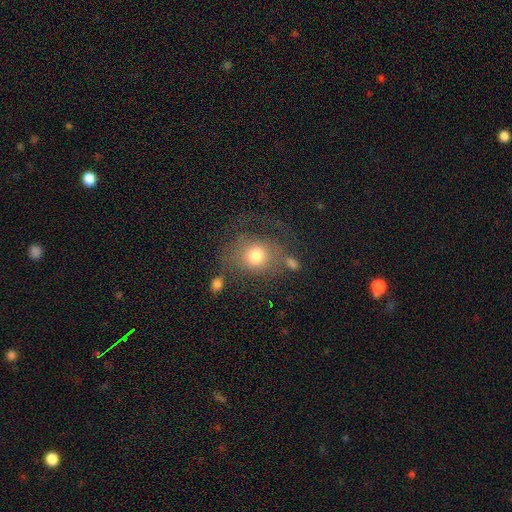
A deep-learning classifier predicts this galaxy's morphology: A smooth galaxy with no disk features (65%) that is round (68%). Merging: none (46%).